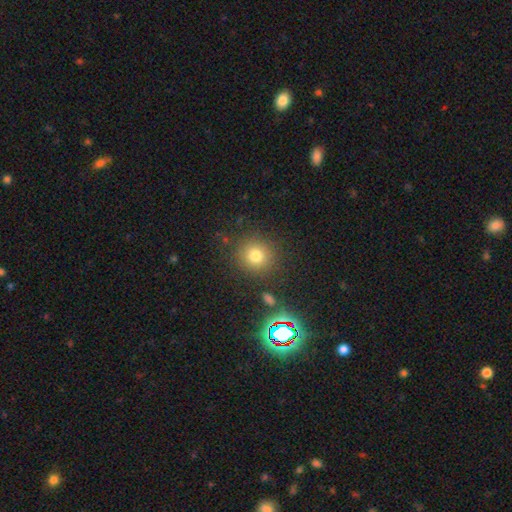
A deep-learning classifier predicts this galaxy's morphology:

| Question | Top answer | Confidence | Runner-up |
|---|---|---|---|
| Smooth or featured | smooth | 76% | star or artifact (16%) |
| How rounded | round | 90% | in between (8%) |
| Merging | none | 85% | minor disturbance (8%) |